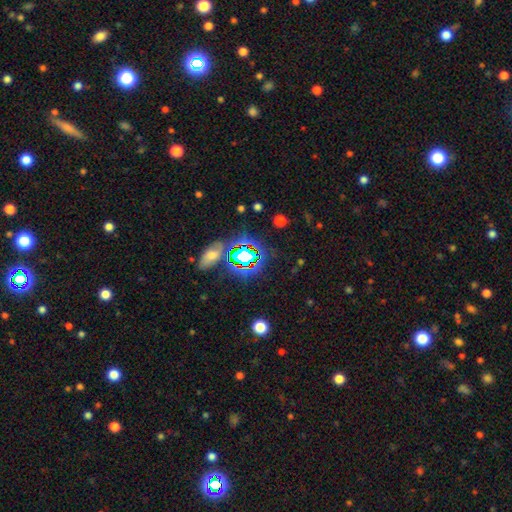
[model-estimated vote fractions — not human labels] smooth_or_featured: star or artifact (p=0.64) [alt: smooth p=0.24]